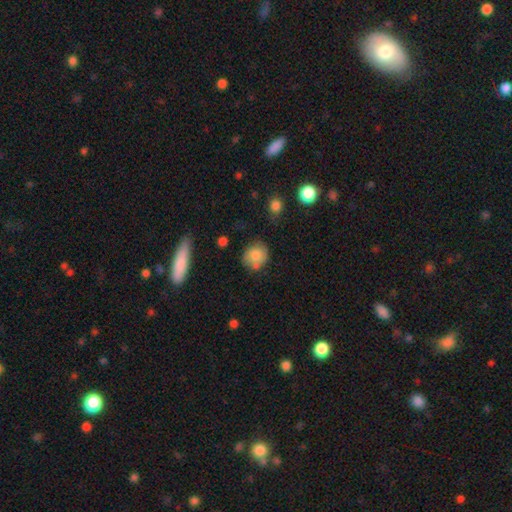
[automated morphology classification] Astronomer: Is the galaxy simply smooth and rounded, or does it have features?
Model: smooth — 80%.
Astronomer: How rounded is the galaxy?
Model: round — 80%.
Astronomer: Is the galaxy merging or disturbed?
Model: none — 68%.